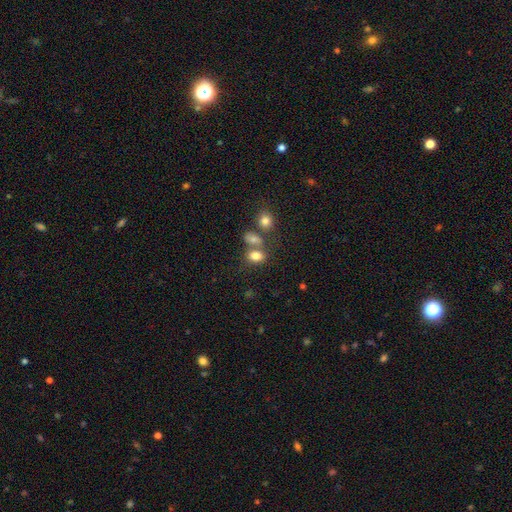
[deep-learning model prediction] The model was most divided on "merging": none: 47%, merger: 34%, minor disturbance: 12%, major disturbance: 6%. More confident: smooth or featured — smooth (79%); how rounded — in between (71%).